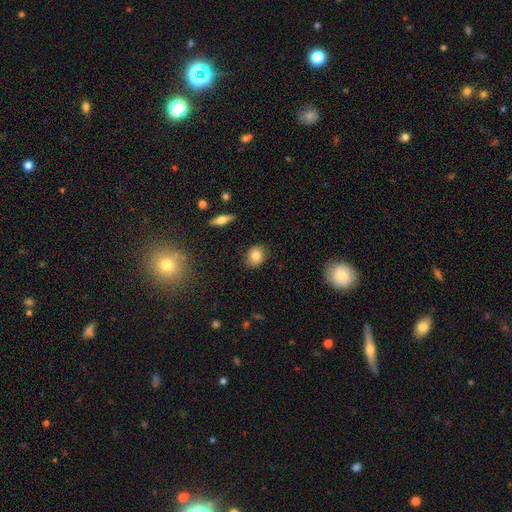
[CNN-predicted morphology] Overall: smooth (80%). How rounded: round (52%; in between 46%). Merging: none (86%).